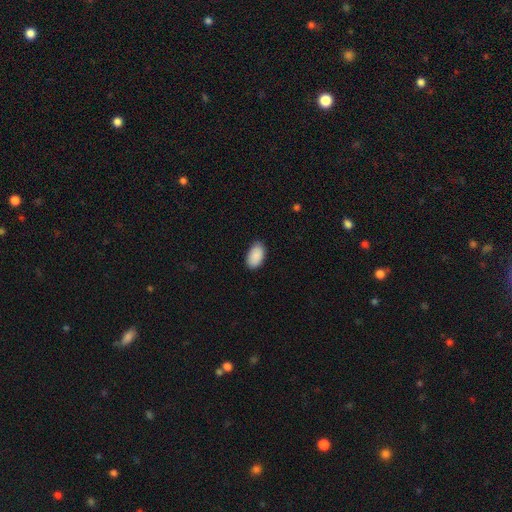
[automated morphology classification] smooth 91%, star or artifact 6%, featured or disk 3%. Down the decision tree: how rounded — in between (95%); merging — none (85%).